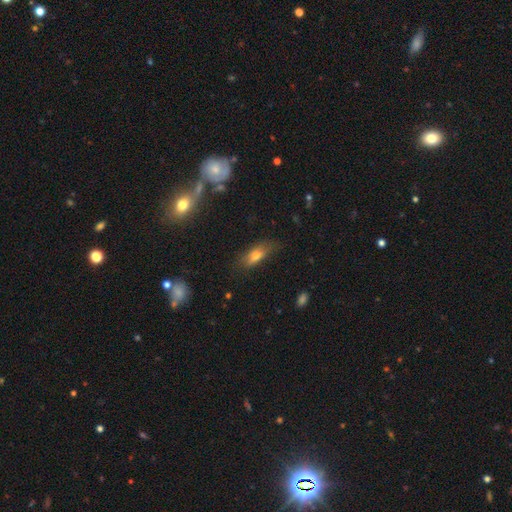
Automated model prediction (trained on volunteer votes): Q: Smooth or featured?
A: smooth (71%); runner-up: featured or disk (20%)
Q: How rounded?
A: in between (74%); runner-up: cigar-shaped (21%)
Q: Merging?
A: none (66%); runner-up: minor disturbance (24%)